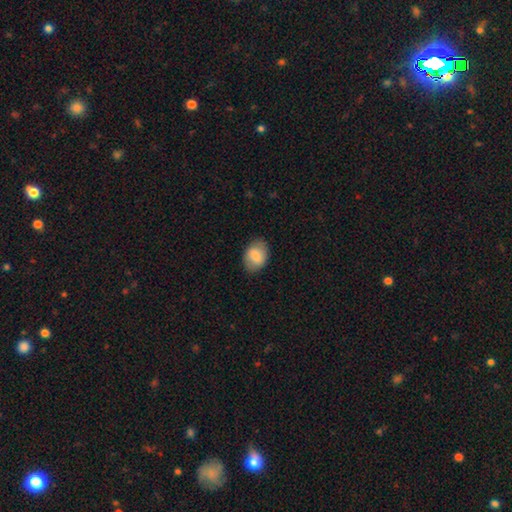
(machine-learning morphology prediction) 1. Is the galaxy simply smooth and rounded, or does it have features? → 78% smooth, 15% featured or disk, 7% star or artifact.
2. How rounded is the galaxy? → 76% in between, 23% round, 1% cigar-shaped.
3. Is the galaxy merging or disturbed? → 83% none, 13% minor disturbance, 3% major disturbance, 1% merger.